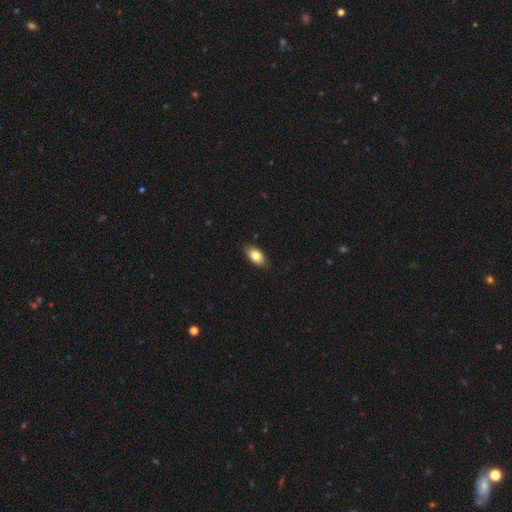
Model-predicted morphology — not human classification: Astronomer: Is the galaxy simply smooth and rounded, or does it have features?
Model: smooth — 83%.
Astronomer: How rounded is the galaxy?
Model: in between — 92%.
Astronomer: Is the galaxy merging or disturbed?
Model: none — 85%.